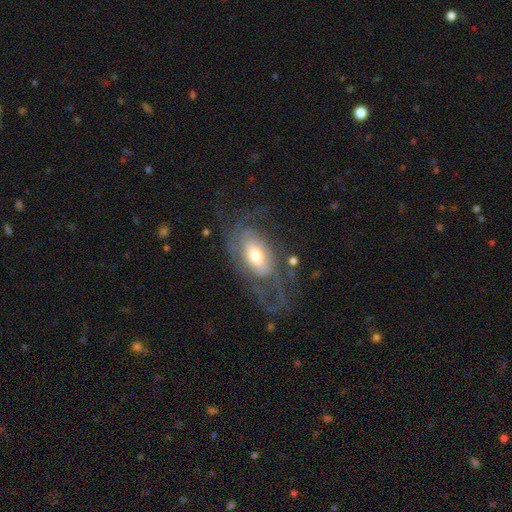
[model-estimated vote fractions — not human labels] Smooth or featured: featured or disk — 74% (smooth — 20%)
Edge-on disk: no — 93% (yes — 7%)
Bar: no — 52% (weak — 34%)
Spiral arms: yes — 82% (no — 18%)
Spiral winding: medium — 38% (tight — 37%)
Spiral arm count: can't tell — 36% (2 — 32%)
Bulge size: moderate — 63% (small — 18%)
Merging: none — 51% (major disturbance — 28%)